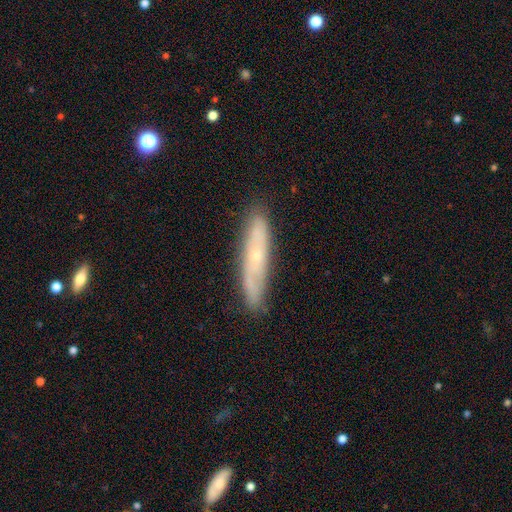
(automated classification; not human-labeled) Smooth or featured: featured or disk — 57% (smooth — 35%)
Edge-on disk: no — 52% (yes — 48%)
Merging: none — 83% (minor disturbance — 13%)